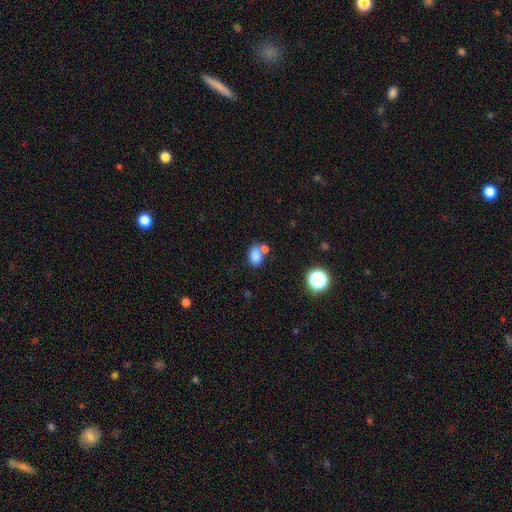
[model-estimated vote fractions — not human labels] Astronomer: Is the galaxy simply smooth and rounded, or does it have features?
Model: smooth — 81%.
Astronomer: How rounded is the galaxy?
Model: in between — 72%.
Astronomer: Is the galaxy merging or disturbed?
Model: none — 47% (runner-up: merger, 35%).